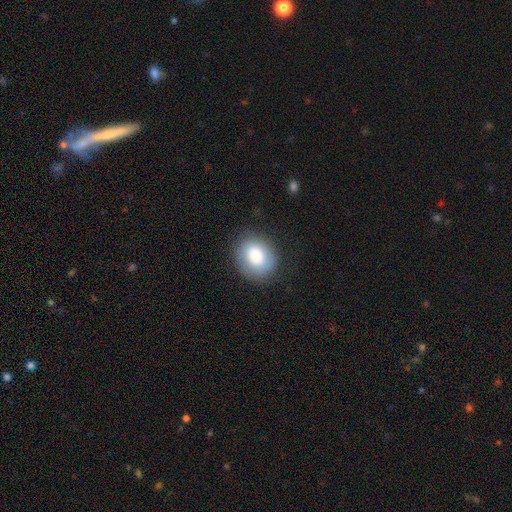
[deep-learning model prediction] A smooth galaxy with no disk features (81%) that is round (61%). Merging: none (81%).